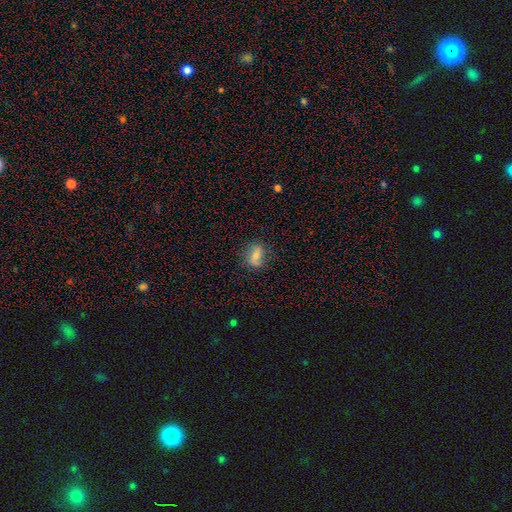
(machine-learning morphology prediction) type=smooth (59%); roundness=in between (70%); merging=none (74%).